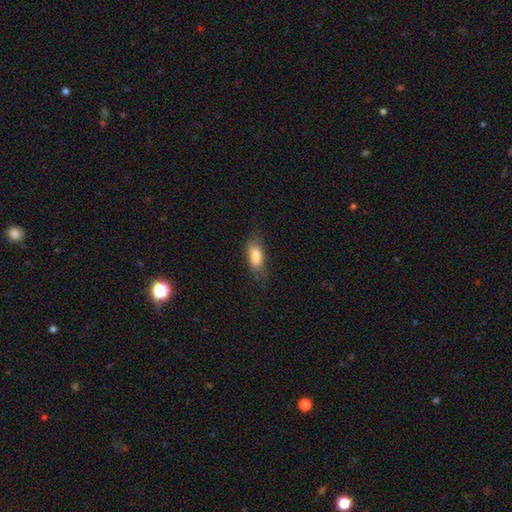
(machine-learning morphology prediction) Smooth or featured?
  - smooth: 81% *
  - featured or disk: 12%
  - star or artifact: 8%
How rounded?
  - in between: 81% *
  - cigar-shaped: 16%
  - round: 3%
Merging?
  - none: 62% *
  - minor disturbance: 26%
  - major disturbance: 10%
  - merger: 2%